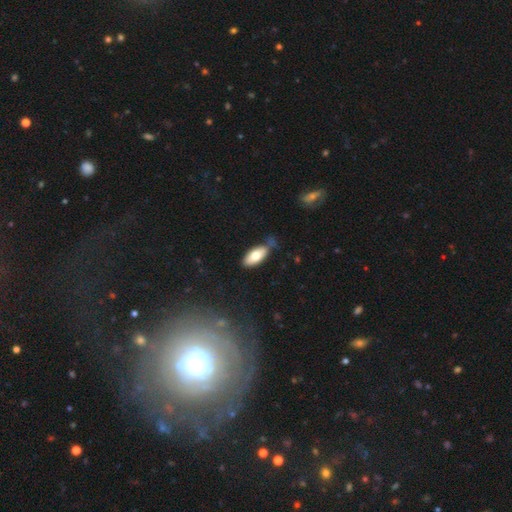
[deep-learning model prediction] A smooth galaxy with no disk features (73%) that is in between round and cigar-shaped (87%).

Vote fractions:
- Smooth or featured? smooth: 73% / featured or disk: 21% / star or artifact: 6%
- How rounded? in between: 87% / cigar-shaped: 11% / round: 2%
- Merging? none: 69% / minor disturbance: 21% / merger: 5% / major disturbance: 5%